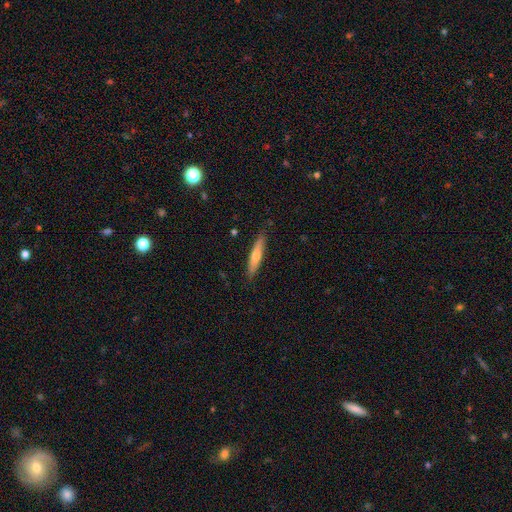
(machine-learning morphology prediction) Smooth or featured? Predicted: smooth (p=0.52). How rounded? Predicted: cigar-shaped (p=0.89). Merging? Predicted: none (p=0.88).